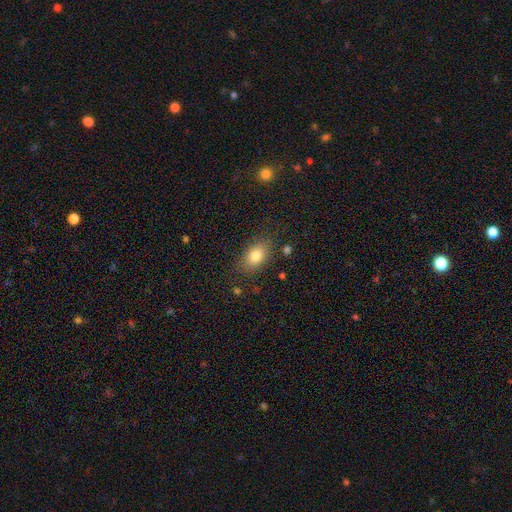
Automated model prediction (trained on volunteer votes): This appears to be a smooth galaxy with no disk features (80%) that is in between round and cigar-shaped (85%). Merging: none (82%).